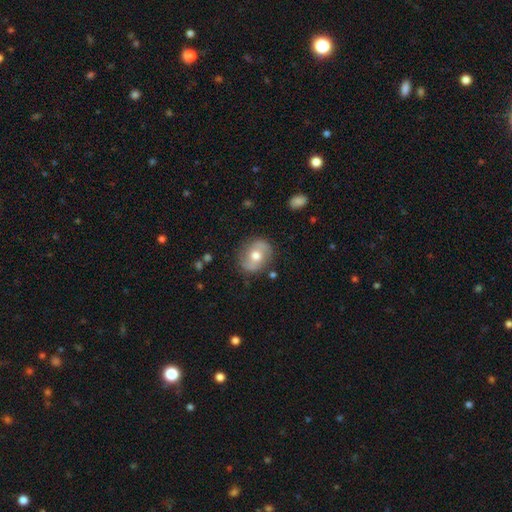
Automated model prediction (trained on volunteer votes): featured or disk 51%, smooth 42%, star or artifact 8%. Down the decision tree: edge-on disk — no (95%); merging — none (81%).